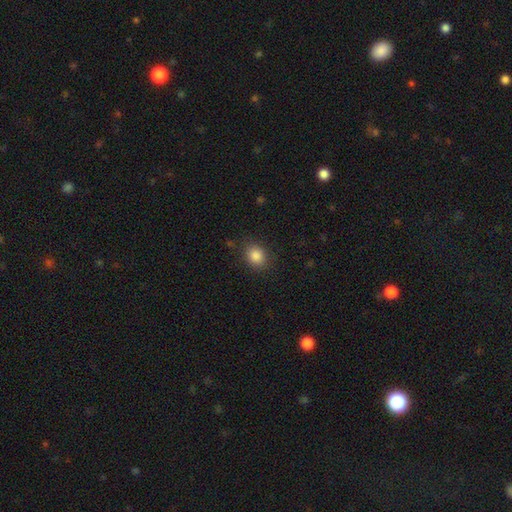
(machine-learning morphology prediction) Smooth or featured? Predicted: smooth (p=0.86). How rounded? Predicted: round (p=0.62). Merging? Predicted: none (p=0.85).